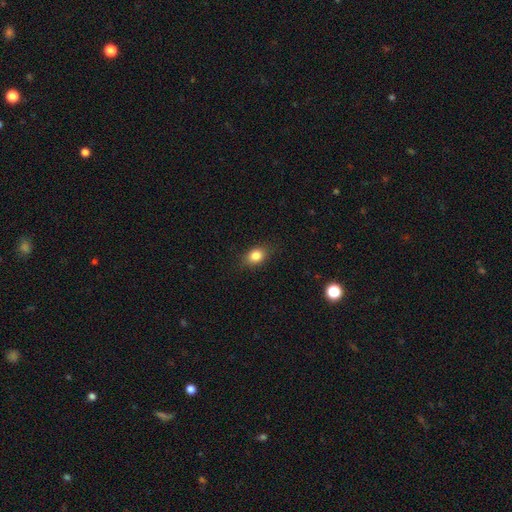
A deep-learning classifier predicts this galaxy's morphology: type=smooth (83%); roundness=in between (62%); merging=none (83%).